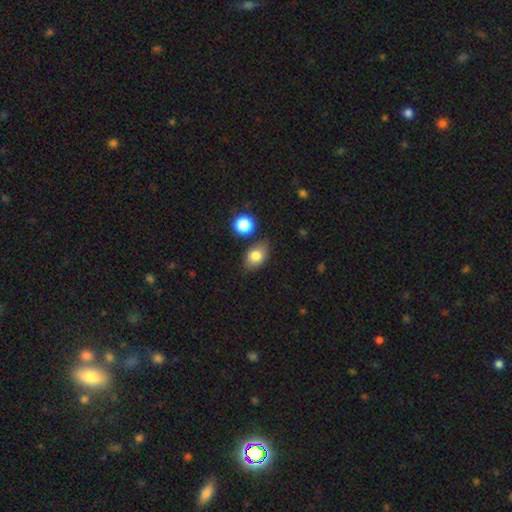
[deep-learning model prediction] A smooth galaxy with no disk features (79%) that is in between round and cigar-shaped (80%).

Vote fractions:
- Smooth or featured? smooth: 79% / featured or disk: 12% / star or artifact: 9%
- How rounded? in between: 80% / round: 18% / cigar-shaped: 2%
- Merging? none: 77% / minor disturbance: 14% / merger: 6% / major disturbance: 3%